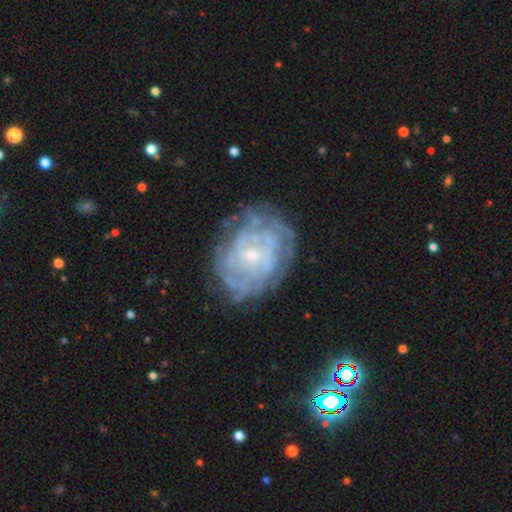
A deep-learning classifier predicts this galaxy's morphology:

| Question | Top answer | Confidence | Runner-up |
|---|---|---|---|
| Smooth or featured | featured or disk | 77% | smooth (13%) |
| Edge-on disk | no | 97% | yes (3%) |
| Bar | no | 57% | weak (35%) |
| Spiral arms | yes | 83% | no (17%) |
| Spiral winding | tight | 71% | medium (22%) |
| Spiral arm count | can't tell | 57% | 4 (10%) |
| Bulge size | small | 69% | moderate (23%) |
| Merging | none | 73% | minor disturbance (17%) |